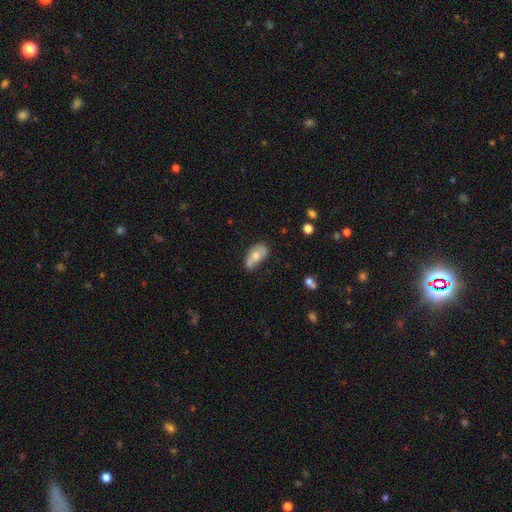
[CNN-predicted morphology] smooth_or_featured: smooth (p=0.61) [alt: featured or disk p=0.32]
how_rounded: in between (p=0.90) [alt: cigar-shaped p=0.06]
merging: none (p=0.46) [alt: minor disturbance p=0.35]